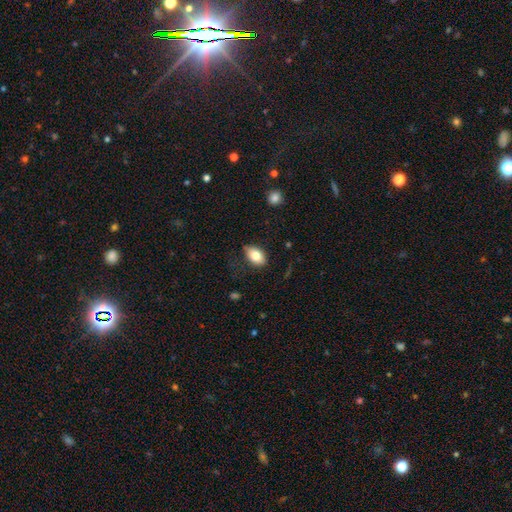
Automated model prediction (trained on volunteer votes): Smooth or featured?
  - smooth: 80% *
  - featured or disk: 13%
  - star or artifact: 8%
How rounded?
  - in between: 89% *
  - round: 10%
  - cigar-shaped: 2%
Merging?
  - none: 77% *
  - minor disturbance: 17%
  - major disturbance: 5%
  - merger: 1%